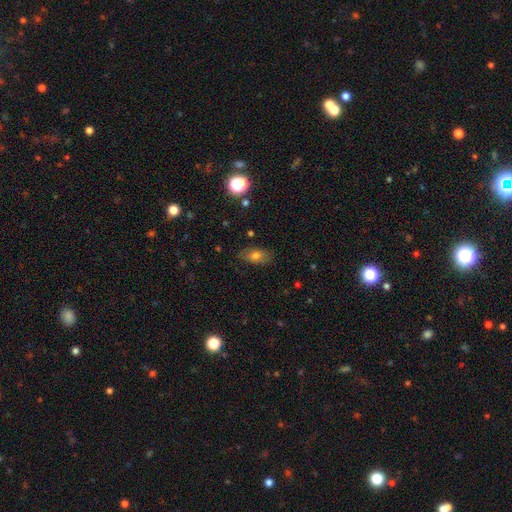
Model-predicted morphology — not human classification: A smooth galaxy with no disk features (72%) that is in between round and cigar-shaped (86%). Merging: none (81%).